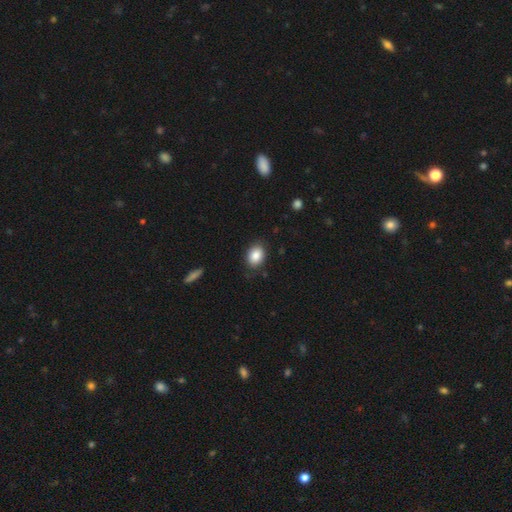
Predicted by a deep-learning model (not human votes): Q: Smooth or featured?
A: smooth (85%); runner-up: star or artifact (8%)
Q: How rounded?
A: in between (71%); runner-up: round (28%)
Q: Merging?
A: none (84%); runner-up: minor disturbance (12%)